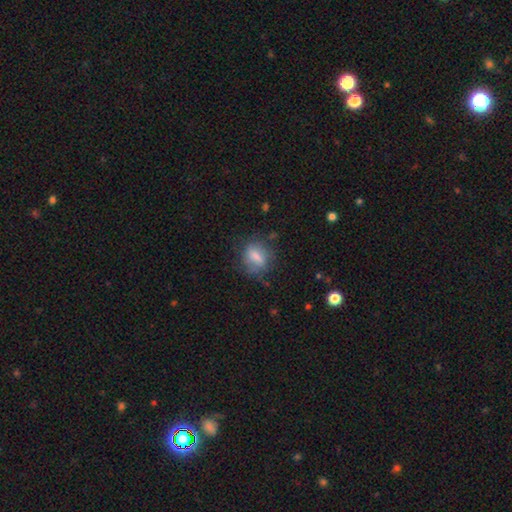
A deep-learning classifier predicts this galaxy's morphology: This is likely a smooth galaxy (72%). How rounded: likely in between (64%). Merging: likely none (67%).